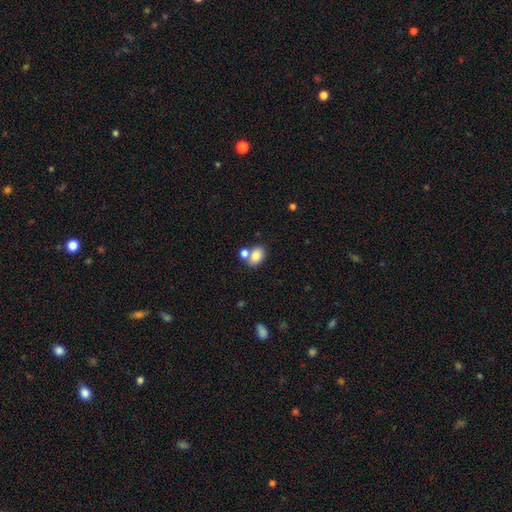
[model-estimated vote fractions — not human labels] Smooth or featured? Predicted: smooth (p=0.82). How rounded? Predicted: in between (p=0.76). Merging? Predicted: none (p=0.53).